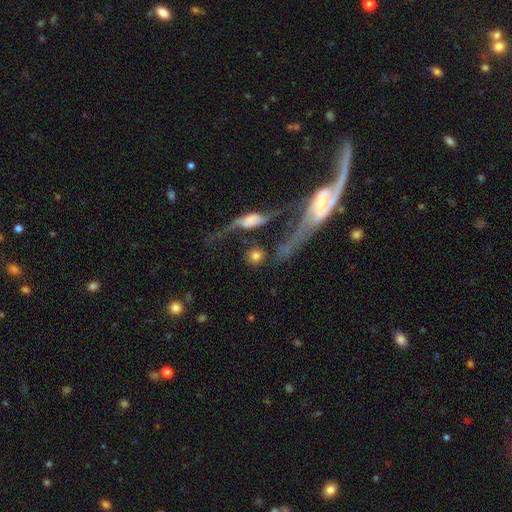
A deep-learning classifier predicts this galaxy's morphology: Smooth or featured? smooth (70%)
How rounded? round (80%)
Merging? none (57%)